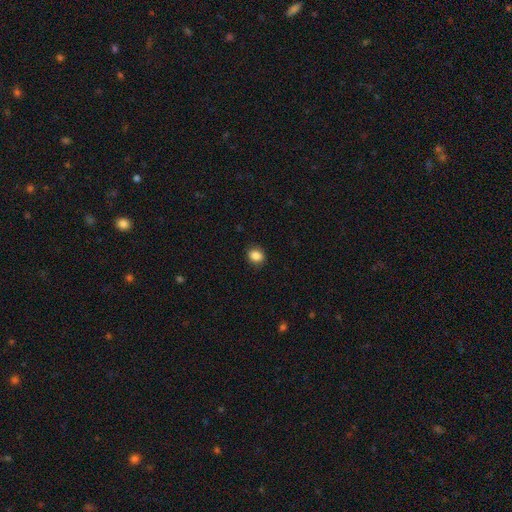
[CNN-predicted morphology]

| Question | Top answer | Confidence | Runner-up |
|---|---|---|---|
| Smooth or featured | smooth | 87% | star or artifact (9%) |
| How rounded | round | 60% | in between (39%) |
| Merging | none | 87% | minor disturbance (10%) |